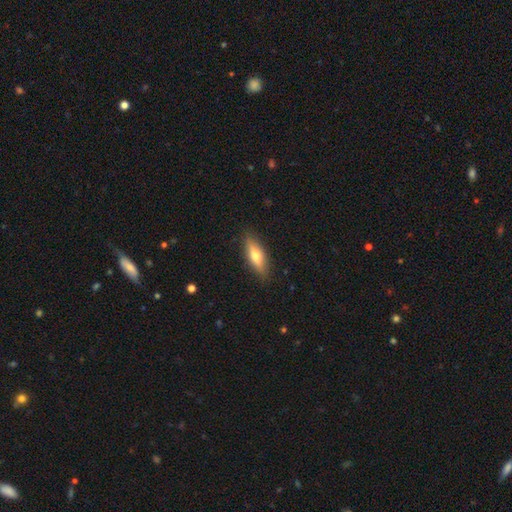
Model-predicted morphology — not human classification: smooth-or-featured: smooth: 64% | featured or disk: 30% | star or artifact: 6%
  how-rounded: in between: 52% | cigar-shaped: 46% | round: 2%
  merging: none: 86% | minor disturbance: 10% | major disturbance: 2% | merger: 1%